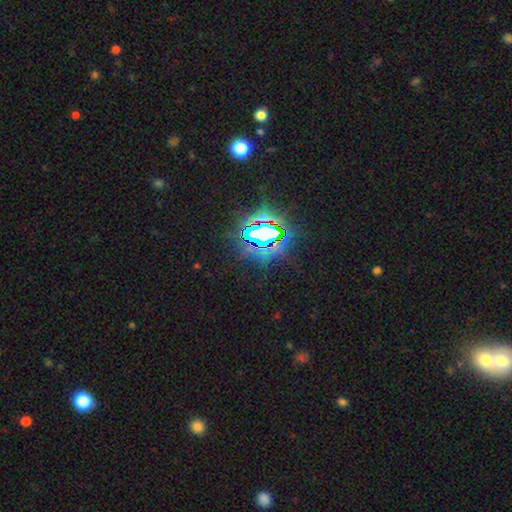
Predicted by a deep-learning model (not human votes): Smooth or featured: star or artifact — 81% (smooth — 11%)